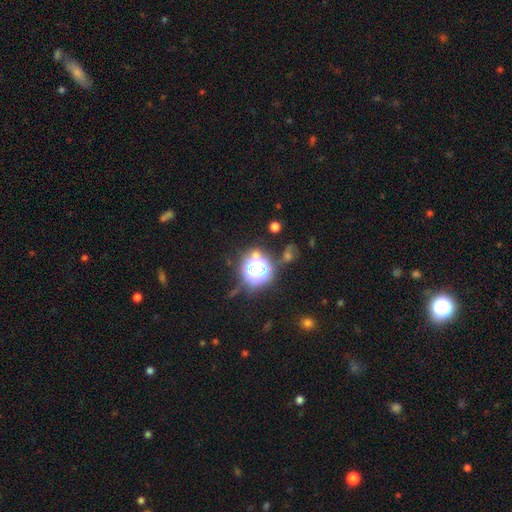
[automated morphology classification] Q: Smooth or featured?
A: star or artifact (64%); runner-up: smooth (26%)